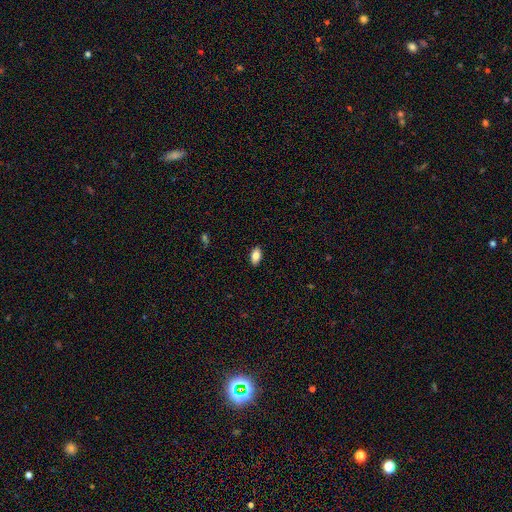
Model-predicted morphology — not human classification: This appears to be a smooth galaxy with no disk features (82%) that is in between round and cigar-shaped (91%). Merging: none (89%).